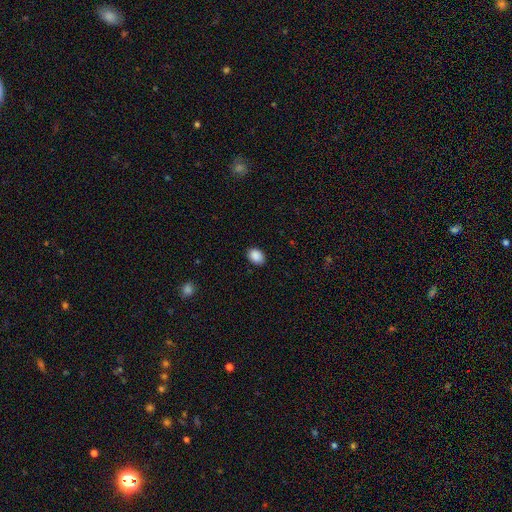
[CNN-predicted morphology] This is clearly a smooth galaxy (89%). How rounded: likely in between (68%). Merging: clearly none (88%).